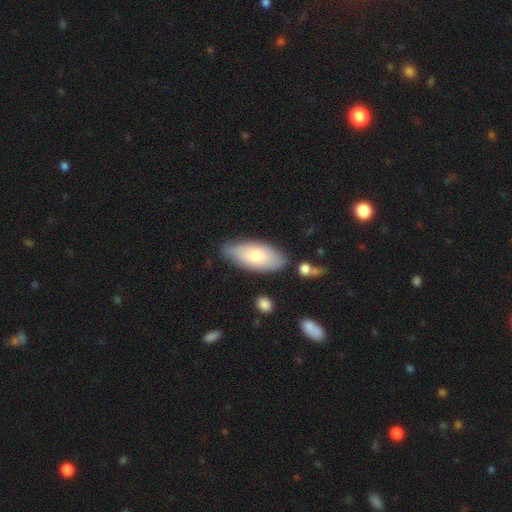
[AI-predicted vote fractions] smooth_or_featured: smooth (p=0.72) [alt: featured or disk p=0.23]
how_rounded: in between (p=0.87) [alt: cigar-shaped p=0.11]
merging: none (p=0.75) [alt: minor disturbance p=0.18]